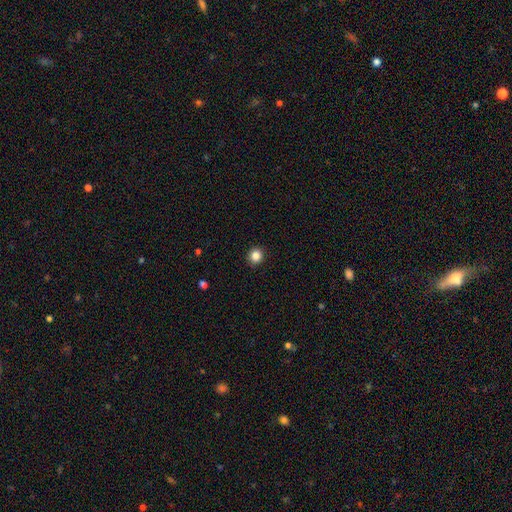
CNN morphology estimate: This appears to be a smooth galaxy with no disk features (85%) that is round (90%). Merging: none (92%).